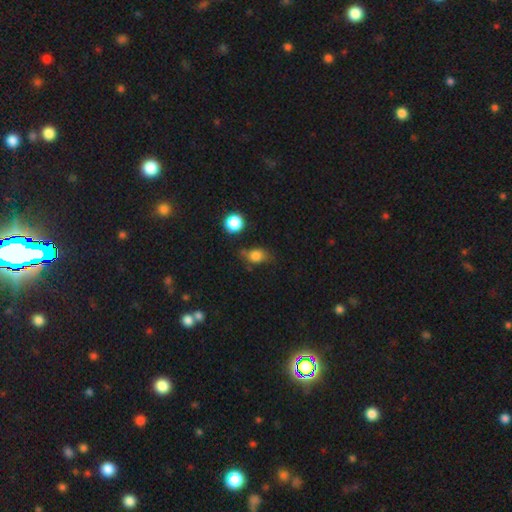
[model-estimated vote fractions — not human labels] The model was most divided on "how rounded": in between: 61%, round: 36%, cigar-shaped: 3%. More confident: smooth or featured — smooth (76%); merging — none (59%).